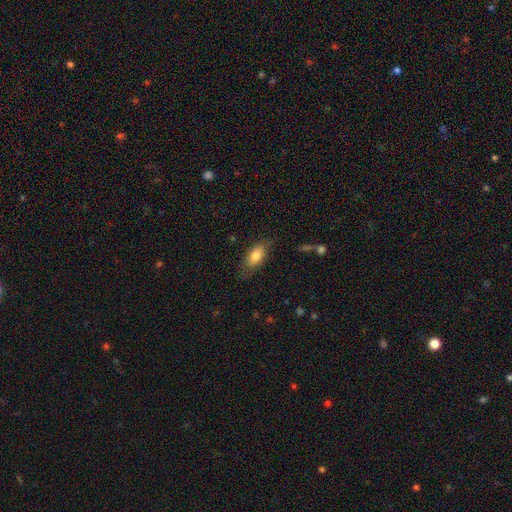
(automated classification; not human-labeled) Morphology: type=smooth (79%); roundness=in between (86%); merging=none (71%).